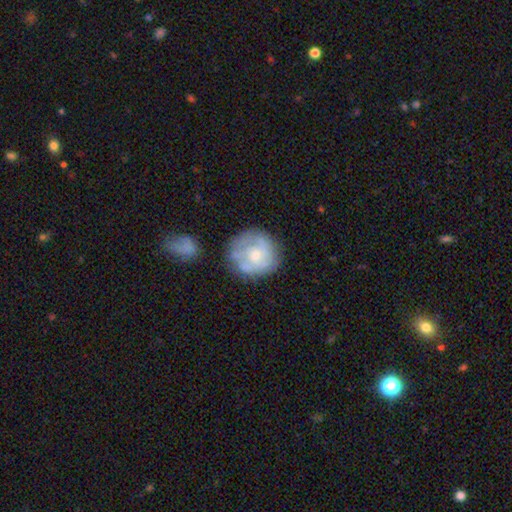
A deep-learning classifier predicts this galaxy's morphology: A featured or disk galaxy (63%) with no bar (77%), spiral arms (72%) and a moderate central bulge (47%). Merging: none (66%).